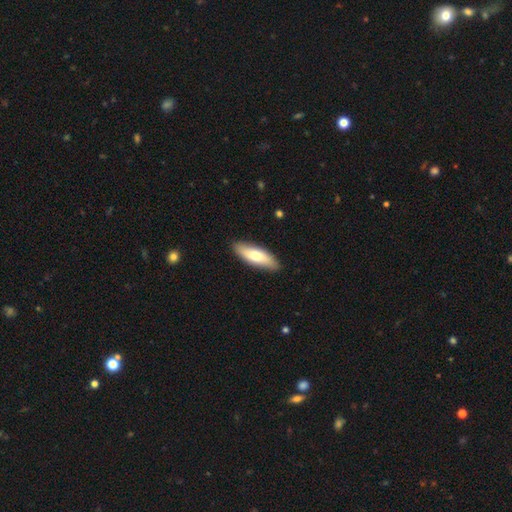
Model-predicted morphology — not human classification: This appears to be a smooth galaxy with no disk features (68%) that is in between round and cigar-shaped (56%). Merging: none (89%).